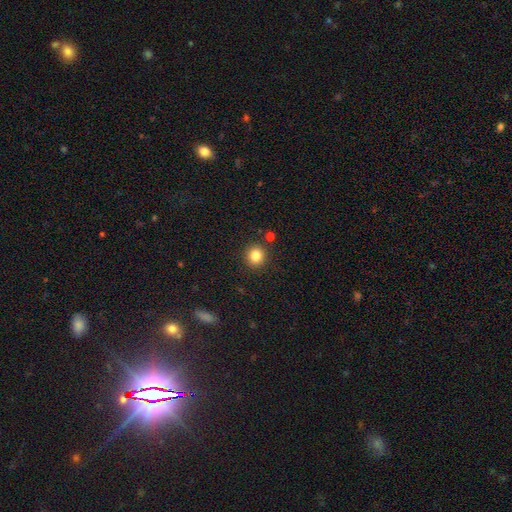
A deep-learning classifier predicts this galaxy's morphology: type=smooth (84%); roundness=round (89%); merging=none (89%).